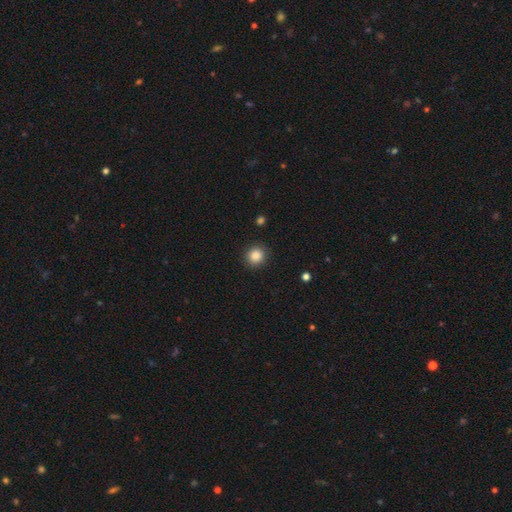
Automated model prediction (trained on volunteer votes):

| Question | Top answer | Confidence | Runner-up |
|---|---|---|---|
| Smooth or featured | smooth | 87% | star or artifact (10%) |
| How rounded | round | 90% | in between (9%) |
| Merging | none | 89% | minor disturbance (7%) |